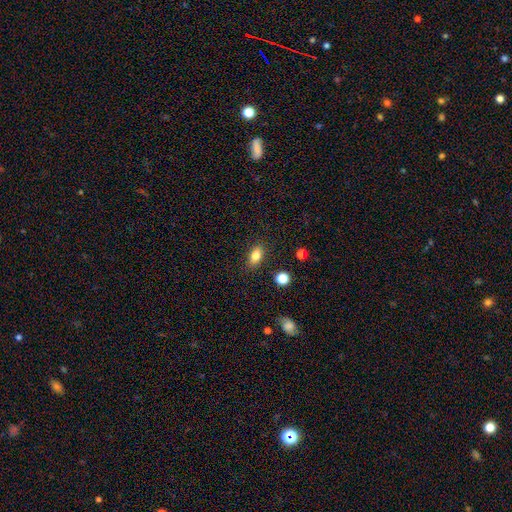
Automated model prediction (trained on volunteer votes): Q: Smooth or featured?
A: smooth (82%); runner-up: star or artifact (9%)
Q: How rounded?
A: in between (85%); runner-up: round (11%)
Q: Merging?
A: none (86%); runner-up: minor disturbance (10%)